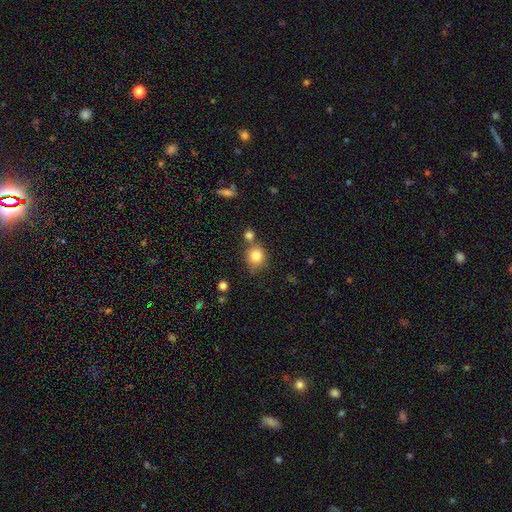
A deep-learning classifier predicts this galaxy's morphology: The model was most divided on "merging": none: 63%, merger: 21%, minor disturbance: 12%, major disturbance: 4%. More confident: how rounded — round (82%); smooth or featured — smooth (82%).